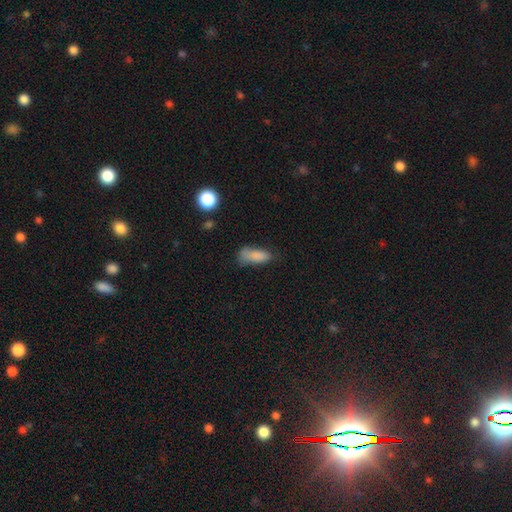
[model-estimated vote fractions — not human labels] smooth_or_featured: smooth (p=0.81) [alt: star or artifact p=0.10]
how_rounded: in between (p=0.74) [alt: cigar-shaped p=0.22]
merging: none (p=0.44) [alt: minor disturbance p=0.34]